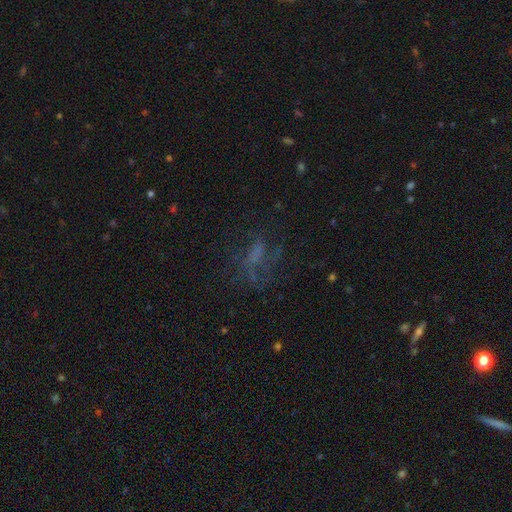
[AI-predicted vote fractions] Smooth or featured? featured or disk (40%)
Merging? none (49%)